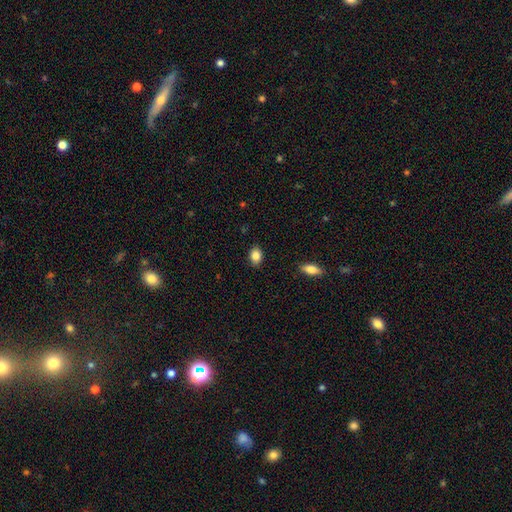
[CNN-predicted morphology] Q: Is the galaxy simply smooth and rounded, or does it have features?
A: smooth — 85%.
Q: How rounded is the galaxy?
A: in between — 71%.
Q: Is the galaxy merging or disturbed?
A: none — 88%.